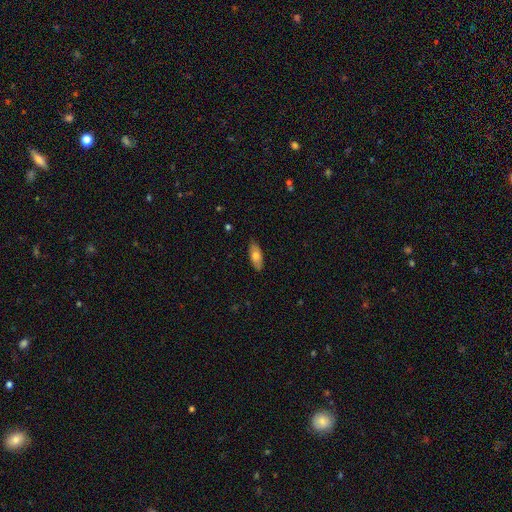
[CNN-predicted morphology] Smooth or featured? Predicted: smooth (p=0.73). How rounded? Predicted: in between (p=0.77). Merging? Predicted: none (p=0.85).